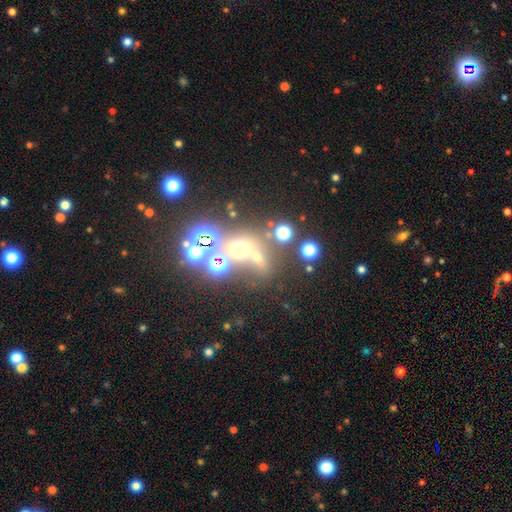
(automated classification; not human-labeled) This is marginally a smooth galaxy (45%). Merging: possibly none (49%).